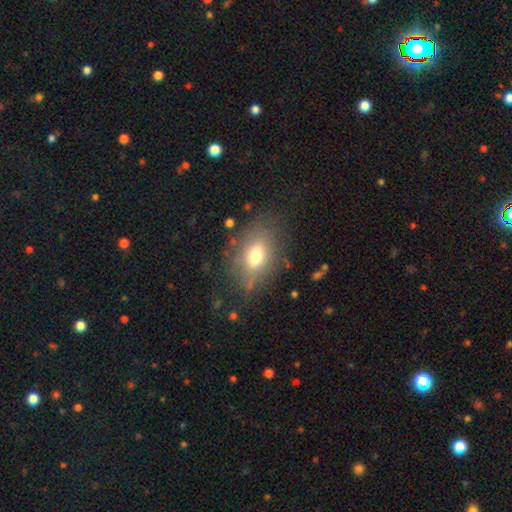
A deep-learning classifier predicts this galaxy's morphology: A smooth galaxy with no disk features (64%) that is in between round and cigar-shaped (76%). Merging: none (70%).